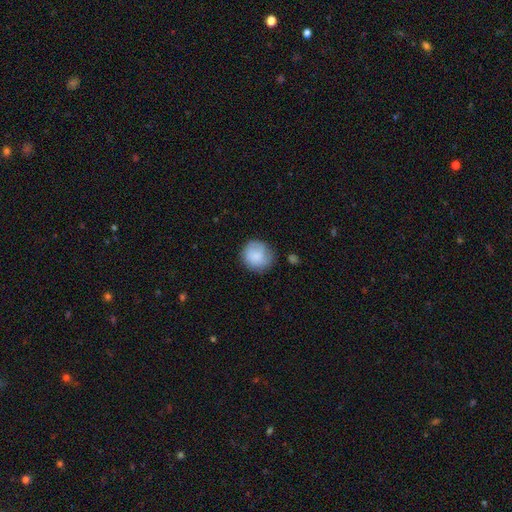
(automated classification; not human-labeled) This is likely a smooth galaxy (72%). How rounded: clearly round (89%). Merging: likely none (72%).